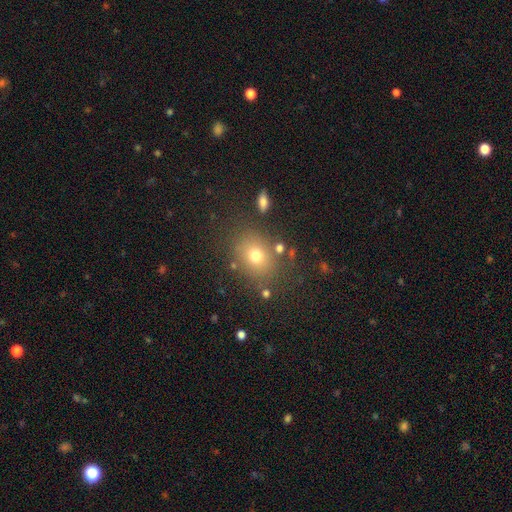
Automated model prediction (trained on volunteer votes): Q: Smooth or featured?
A: smooth (71%); runner-up: star or artifact (17%)
Q: How rounded?
A: round (56%); runner-up: in between (43%)
Q: Merging?
A: none (80%); runner-up: minor disturbance (11%)